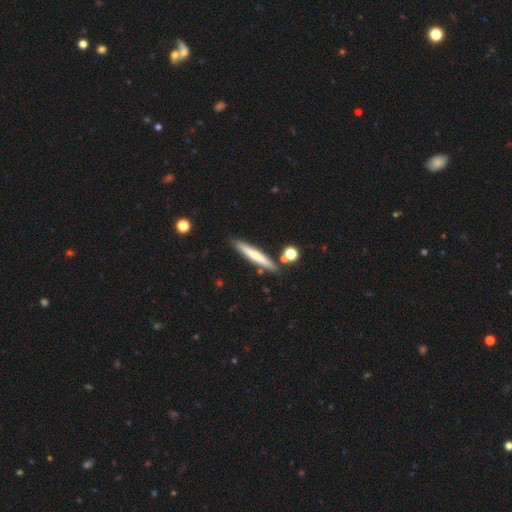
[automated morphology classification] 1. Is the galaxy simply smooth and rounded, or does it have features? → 60% smooth, 34% featured or disk, 6% star or artifact.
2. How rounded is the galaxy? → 94% cigar-shaped, 5% in between, 1% round.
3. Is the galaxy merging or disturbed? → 84% none, 9% minor disturbance, 5% merger, 2% major disturbance.